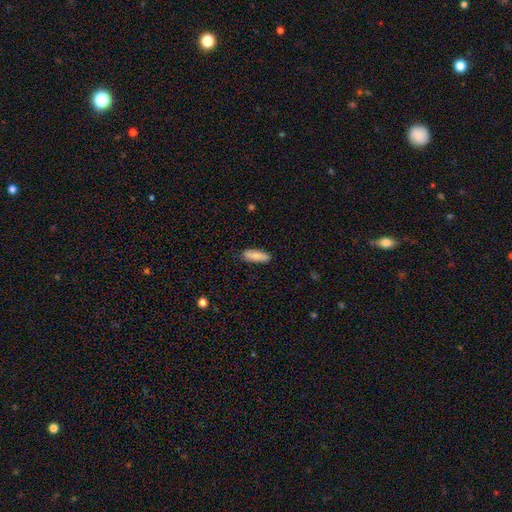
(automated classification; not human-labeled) smooth_or_featured: smooth (p=0.86) [alt: featured or disk p=0.08]
how_rounded: in between (p=0.51) [alt: cigar-shaped p=0.47]
merging: none (p=0.85) [alt: minor disturbance p=0.12]